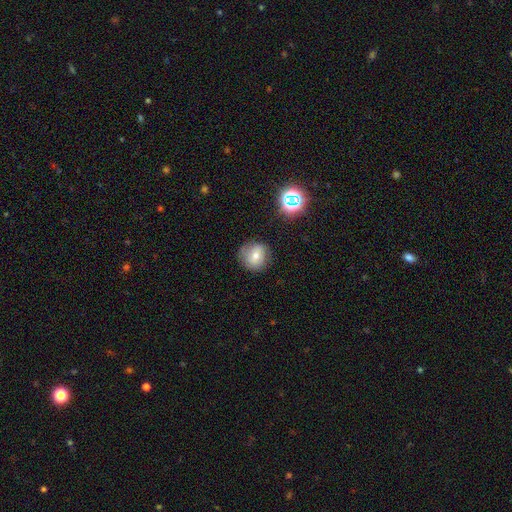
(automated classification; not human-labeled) Q: Smooth or featured?
A: smooth (61%); runner-up: featured or disk (25%)
Q: How rounded?
A: round (86%); runner-up: in between (13%)
Q: Merging?
A: none (76%); runner-up: minor disturbance (17%)